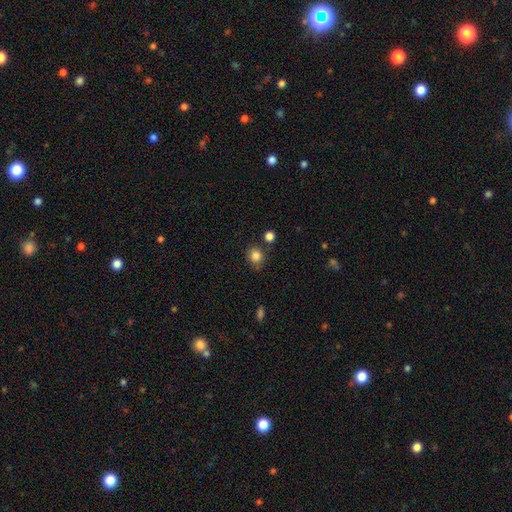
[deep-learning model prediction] smooth_or_featured: smooth (p=0.85) [alt: star or artifact p=0.11]
how_rounded: round (p=0.81) [alt: in between p=0.18]
merging: none (p=0.76) [alt: minor disturbance p=0.14]